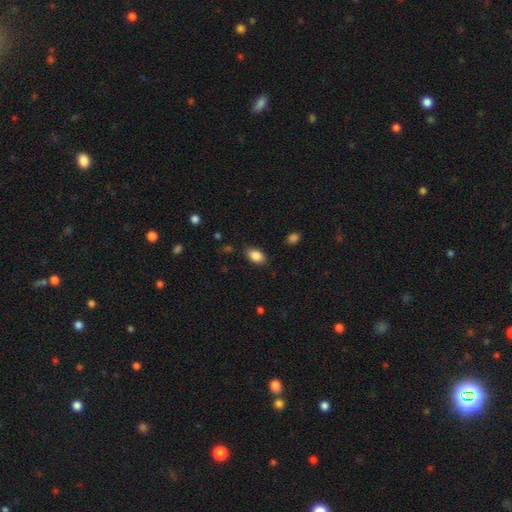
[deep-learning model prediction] Smooth or featured? Predicted: smooth (p=0.86). How rounded? Predicted: in between (p=0.89). Merging? Predicted: none (p=0.84).